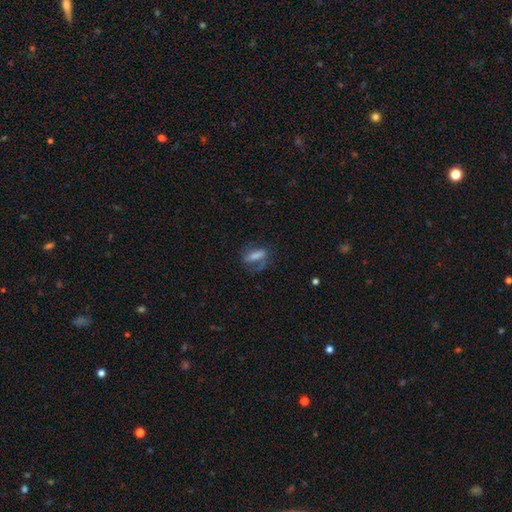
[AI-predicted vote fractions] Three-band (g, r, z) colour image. It shows a smooth galaxy with no disk features (49%). Merging: none (57%).